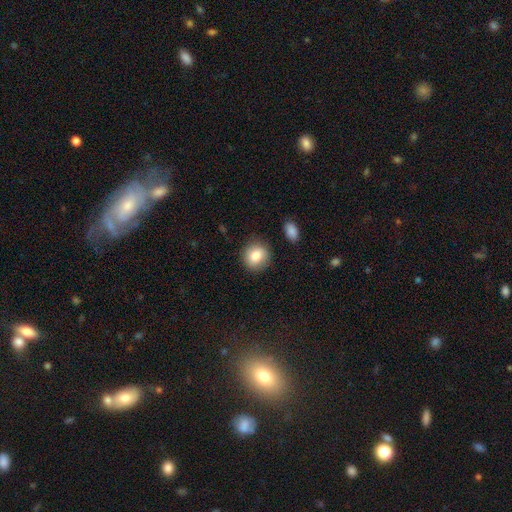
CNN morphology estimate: Q: Smooth or featured?
A: smooth (83%); runner-up: featured or disk (9%)
Q: How rounded?
A: round (85%); runner-up: in between (14%)
Q: Merging?
A: none (87%); runner-up: minor disturbance (9%)